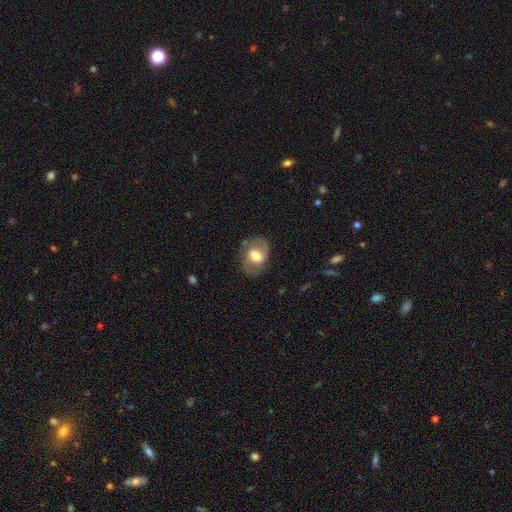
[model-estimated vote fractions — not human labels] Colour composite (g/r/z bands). It shows a featured or disk galaxy (62%) with no bar (43%), spiral arms (78%) and a moderate central bulge (55%). Merging: none (75%).